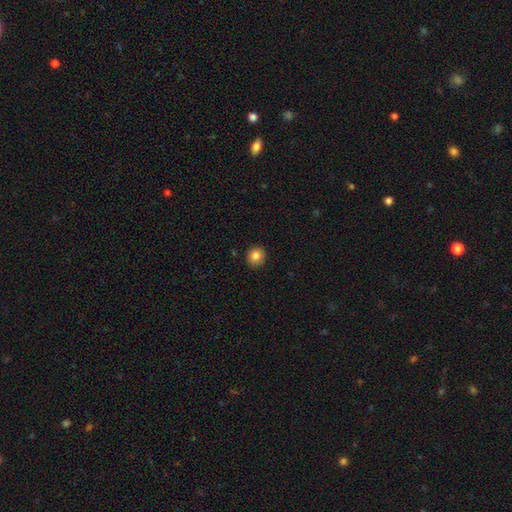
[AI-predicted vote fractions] smooth-or-featured: smooth: 84% | star or artifact: 10% | featured or disk: 6%
  how-rounded: round: 84% | in between: 15% | cigar-shaped: 1%
  merging: none: 91% | minor disturbance: 7% | major disturbance: 2% | merger: 1%